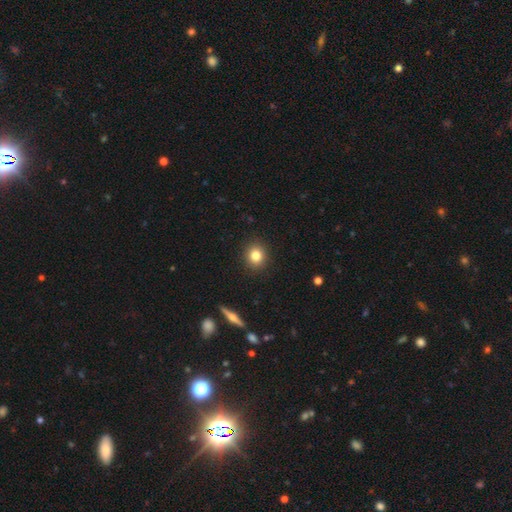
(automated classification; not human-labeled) Morphology: type=smooth (82%); roundness=round (79%); merging=none (90%).